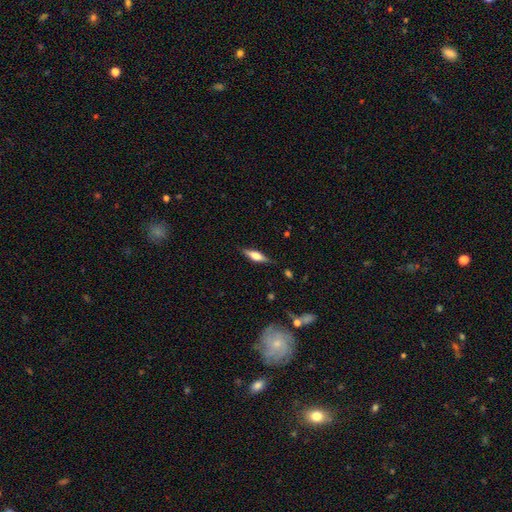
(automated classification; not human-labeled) The model was most divided on "smooth or featured": featured or disk: 50%, smooth: 43%, star or artifact: 7%. More confident: merging — none (84%).